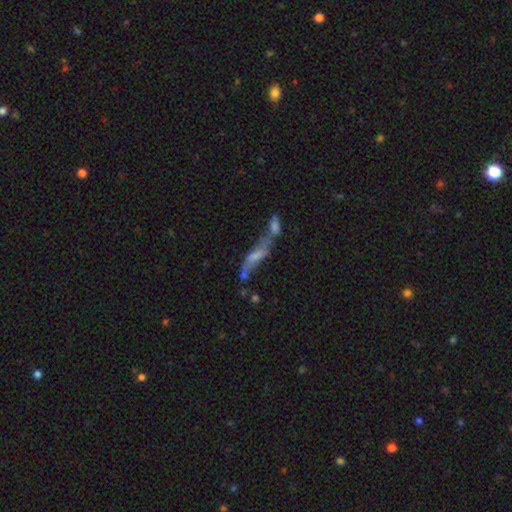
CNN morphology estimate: The model was most divided on "smooth or featured": featured or disk: 51%, smooth: 36%, star or artifact: 13%. More confident: edge-on disk — no (64%); merging — merger (51%).